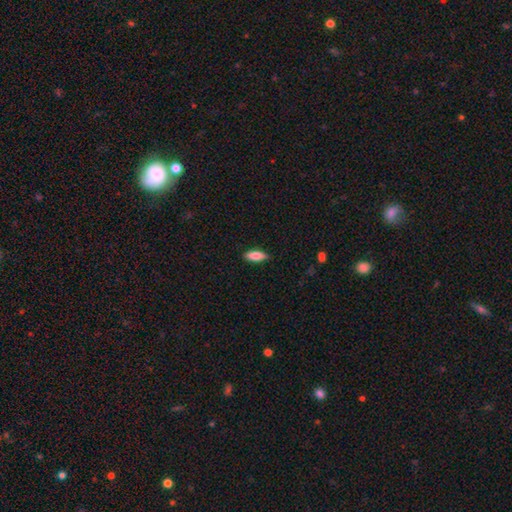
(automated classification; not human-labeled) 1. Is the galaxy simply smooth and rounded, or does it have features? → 84% smooth, 10% featured or disk, 6% star or artifact.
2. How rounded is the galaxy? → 71% in between, 27% cigar-shaped, 2% round.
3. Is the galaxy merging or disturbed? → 87% none, 10% minor disturbance, 2% major disturbance, 1% merger.